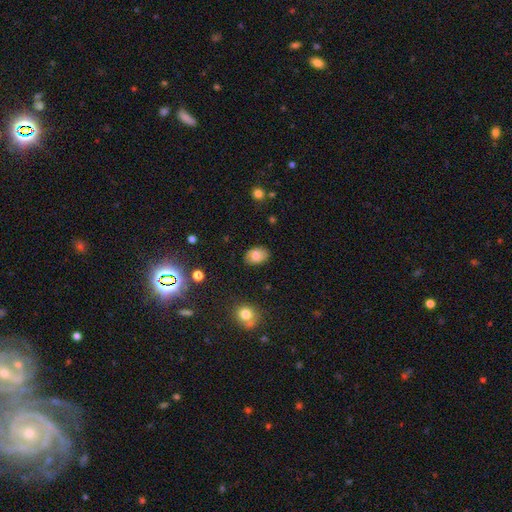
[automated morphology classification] smooth_or_featured: smooth (p=0.80) [alt: featured or disk p=0.12]
how_rounded: in between (p=0.82) [alt: round p=0.17]
merging: none (p=0.84) [alt: minor disturbance p=0.12]